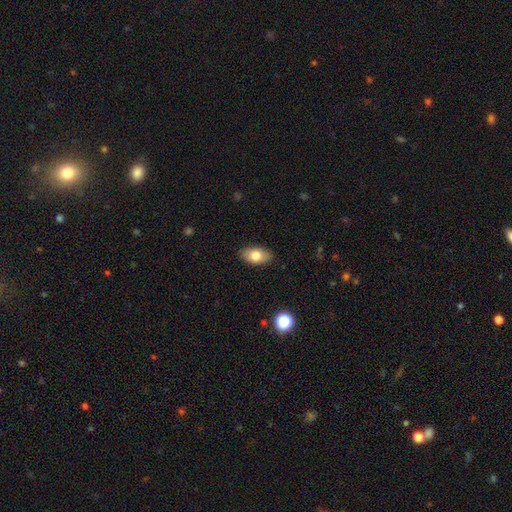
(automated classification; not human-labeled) A smooth galaxy with no disk features (79%) that is in between round and cigar-shaped (91%).

Vote fractions:
- Smooth or featured? smooth: 79% / featured or disk: 14% / star or artifact: 7%
- How rounded? in between: 91% / round: 7% / cigar-shaped: 2%
- Merging? none: 87% / minor disturbance: 10% / major disturbance: 2% / merger: 1%